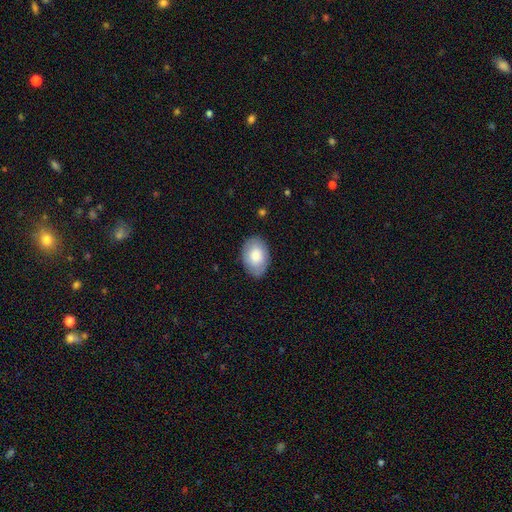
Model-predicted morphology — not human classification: Overall: smooth (80%). How rounded: in between (88%). Merging: none (82%).